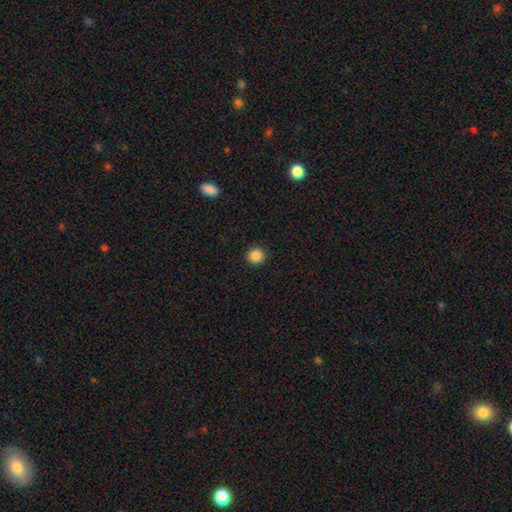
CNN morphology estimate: This is clearly a smooth galaxy (87%). How rounded: clearly round (92%). Merging: clearly none (93%).